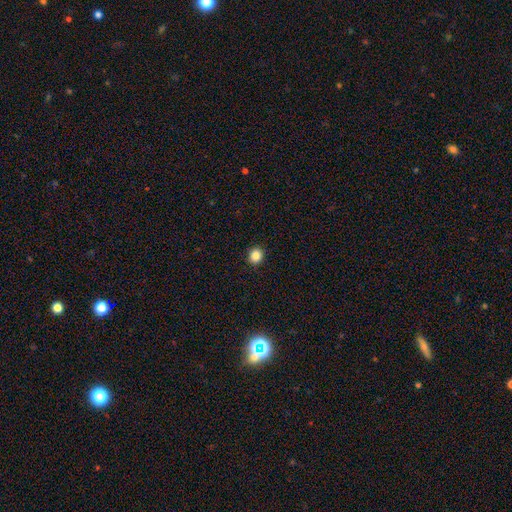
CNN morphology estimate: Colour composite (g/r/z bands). It shows a smooth galaxy with no disk features (85%) that is round (84%). Merging: none (92%).